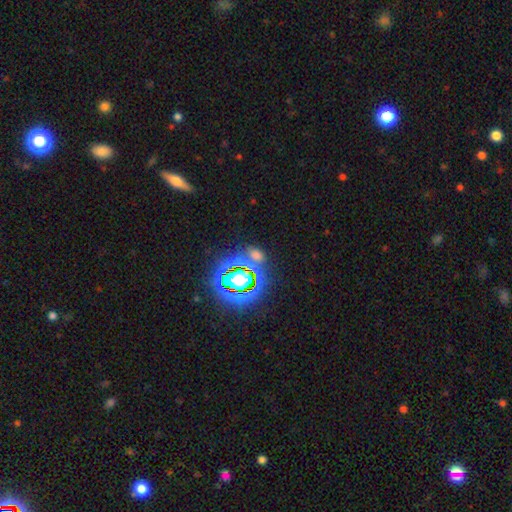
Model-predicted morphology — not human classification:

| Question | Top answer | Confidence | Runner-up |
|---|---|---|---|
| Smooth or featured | star or artifact | 51% | smooth (38%) |